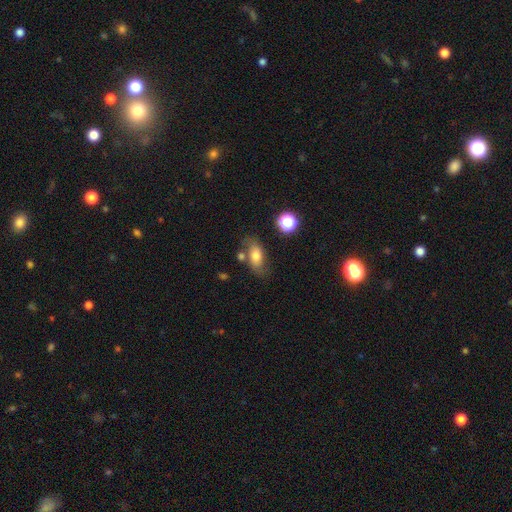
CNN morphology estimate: smooth-or-featured: smooth: 64% | featured or disk: 25% | star or artifact: 11%
  how-rounded: in between: 82% | round: 12% | cigar-shaped: 6%
  merging: none: 63% | minor disturbance: 19% | merger: 10% | major disturbance: 8%